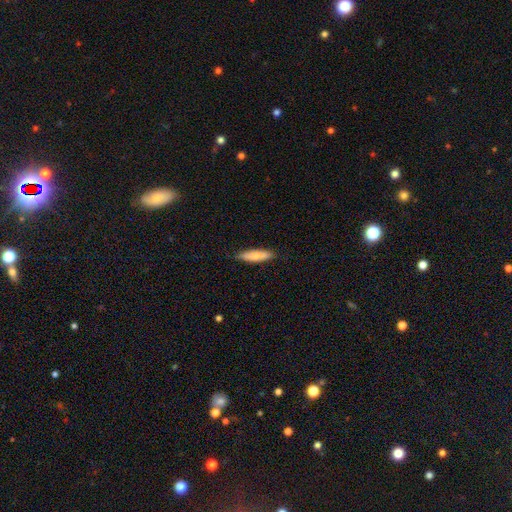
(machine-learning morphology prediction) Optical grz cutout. It shows a smooth galaxy with no disk features (76%) that is cigar-shaped (70%). Merging: none (86%).